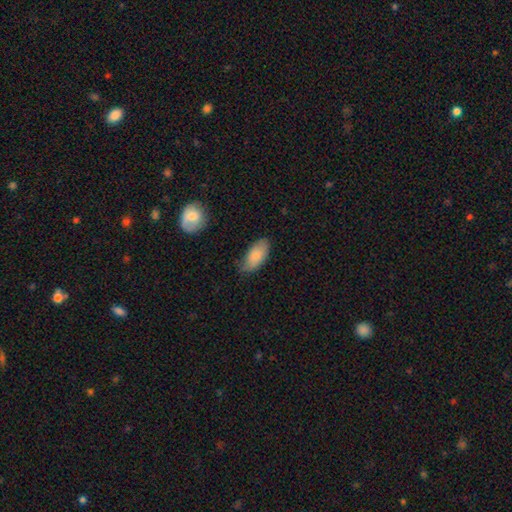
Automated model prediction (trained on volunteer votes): Smooth or featured? smooth (83%)
How rounded? in between (92%)
Merging? none (74%)